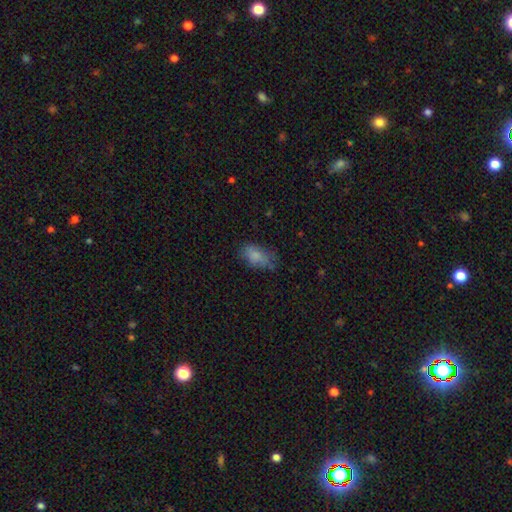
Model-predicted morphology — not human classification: Q: Smooth or featured?
A: smooth (81%); runner-up: featured or disk (10%)
Q: How rounded?
A: in between (90%); runner-up: round (8%)
Q: Merging?
A: none (58%); runner-up: minor disturbance (30%)